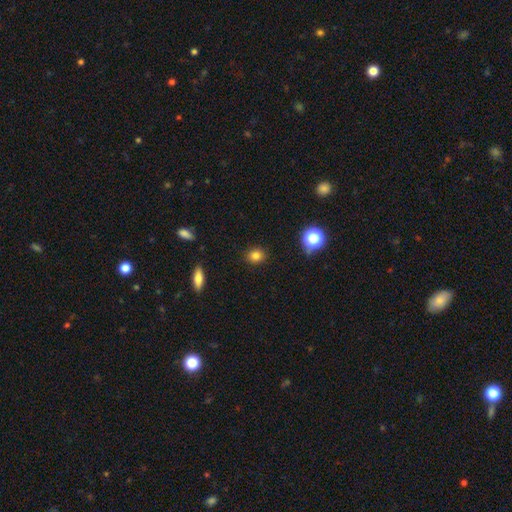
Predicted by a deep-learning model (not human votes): Smooth or featured? smooth (81%)
How rounded? round (72%)
Merging? none (90%)